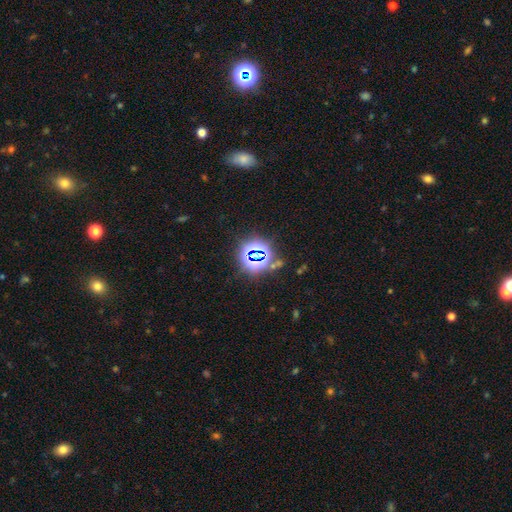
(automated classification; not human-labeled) smooth_or_featured: star or artifact (p=0.74) [alt: smooth p=0.17]